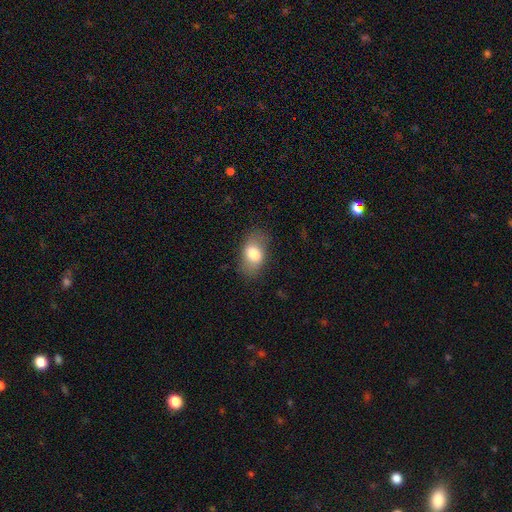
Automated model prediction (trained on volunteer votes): Overall: smooth (74%). How rounded: in between (87%). Merging: none (75%).